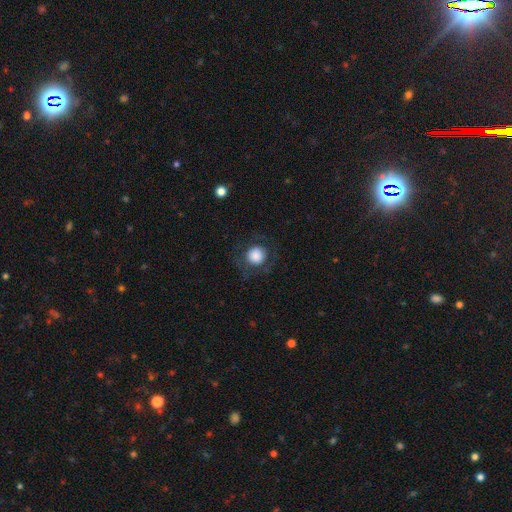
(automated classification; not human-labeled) Smooth or featured? smooth (79%)
How rounded? round (92%)
Merging? none (76%)